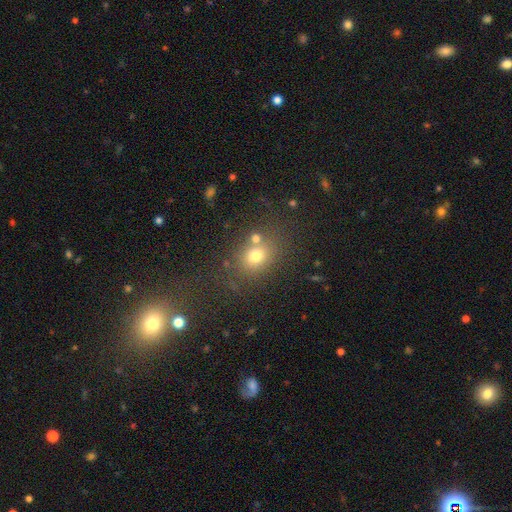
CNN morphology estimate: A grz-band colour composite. It shows a smooth galaxy with no disk features (72%) that is round (53%). Merging: none (67%).